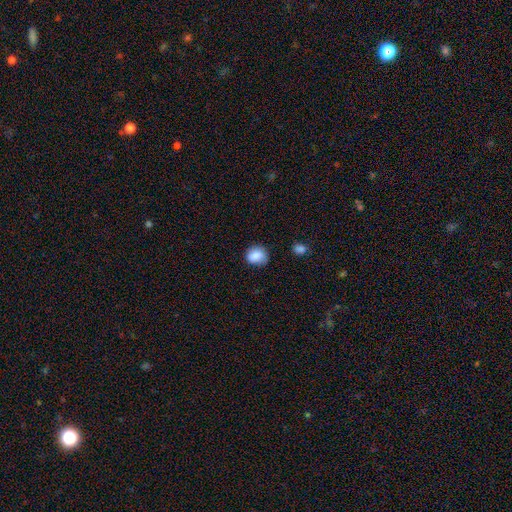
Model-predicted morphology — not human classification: A smooth galaxy with no disk features (85%) that is round (67%).

Vote fractions:
- Smooth or featured? smooth: 85% / star or artifact: 9% / featured or disk: 6%
- How rounded? round: 67% / in between: 32% / cigar-shaped: 1%
- Merging? none: 69% / minor disturbance: 24% / major disturbance: 5% / merger: 2%